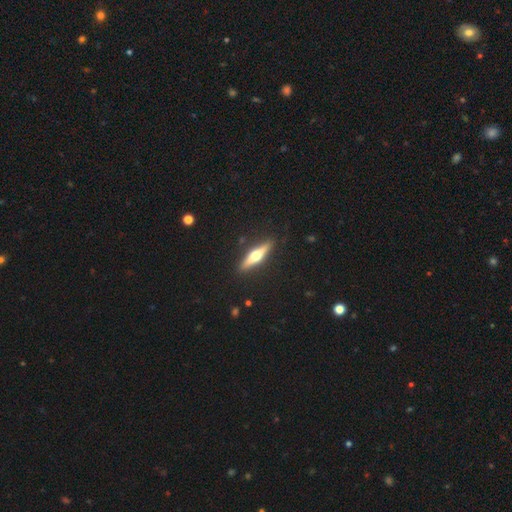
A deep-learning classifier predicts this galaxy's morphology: smooth_or_featured: featured or disk (p=0.61) [alt: smooth p=0.34]
disk_edge_on: yes (p=0.95) [alt: no p=0.05]
edge_on_bulge: rounded (p=0.94) [alt: boxy p=0.03]
merging: none (p=0.89) [alt: minor disturbance p=0.08]